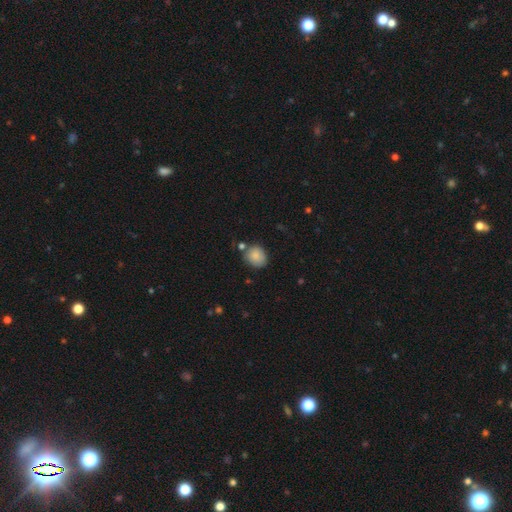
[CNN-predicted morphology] Smooth or featured? Predicted: smooth (p=0.86). How rounded? Predicted: round (p=0.64). Merging? Predicted: none (p=0.70).